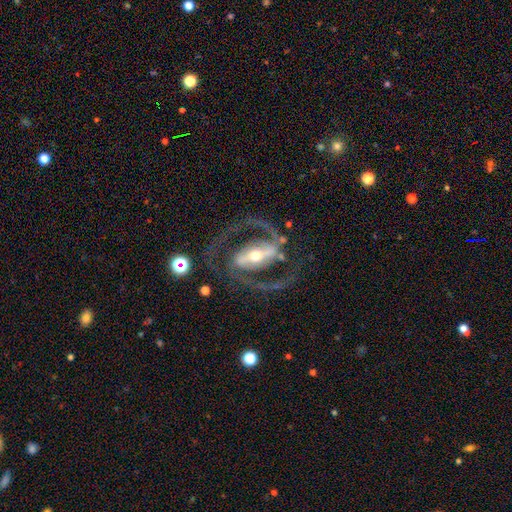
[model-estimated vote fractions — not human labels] Smooth or featured: featured or disk — 92% (star or artifact — 4%)
Edge-on disk: no — 96% (yes — 4%)
Bar: strong — 69% (weak — 22%)
Spiral arms: yes — 96% (no — 4%)
Spiral winding: medium — 63% (tight — 20%)
Spiral arm count: 2 — 93% (can't tell — 2%)
Bulge size: moderate — 50% (small — 43%)
Merging: none — 77% (minor disturbance — 11%)